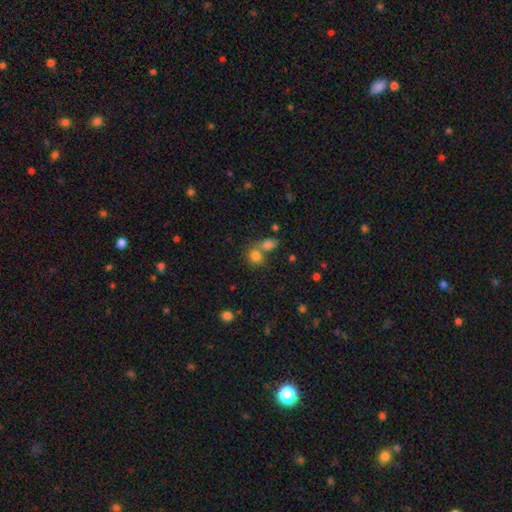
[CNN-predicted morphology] This is likely a smooth galaxy (80%). How rounded: possibly round (56%). Merging: marginally none (44%).